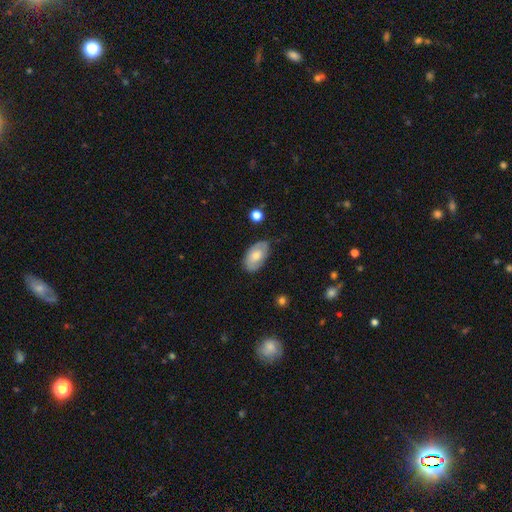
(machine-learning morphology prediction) This appears to be a smooth galaxy with no disk features (59%) that is in between round and cigar-shaped (94%). Merging: none (73%).